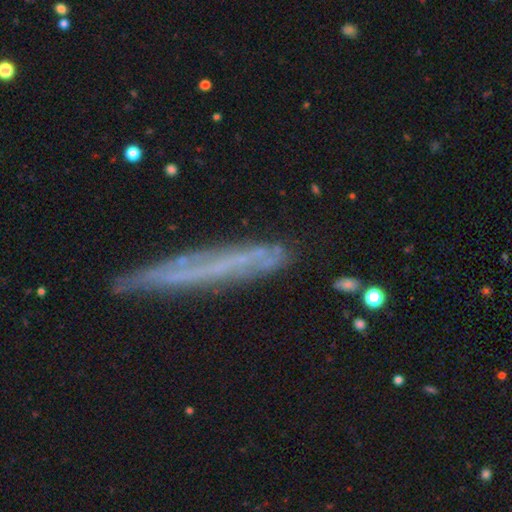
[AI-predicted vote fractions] Smooth or featured? featured or disk (56%)
Edge-on disk? yes (72%)
Merging? none (66%)